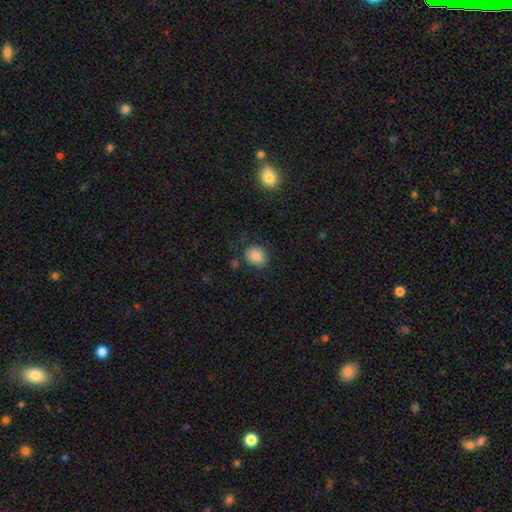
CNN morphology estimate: Smooth or featured: smooth — 86% (star or artifact — 10%)
How rounded: round — 64% (in between — 35%)
Merging: none — 78% (minor disturbance — 14%)